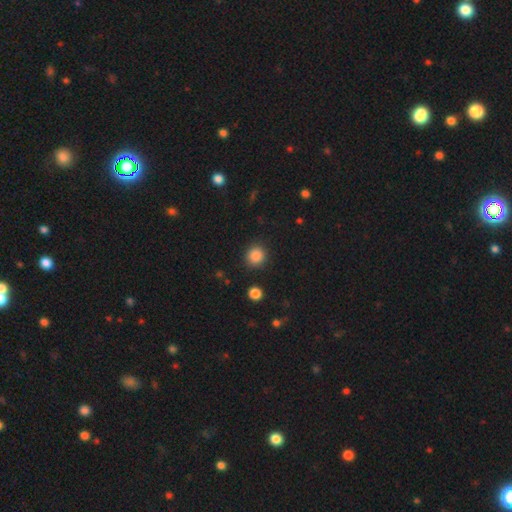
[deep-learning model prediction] Q: Smooth or featured?
A: smooth (86%); runner-up: star or artifact (11%)
Q: How rounded?
A: round (90%); runner-up: in between (9%)
Q: Merging?
A: none (90%); runner-up: minor disturbance (6%)